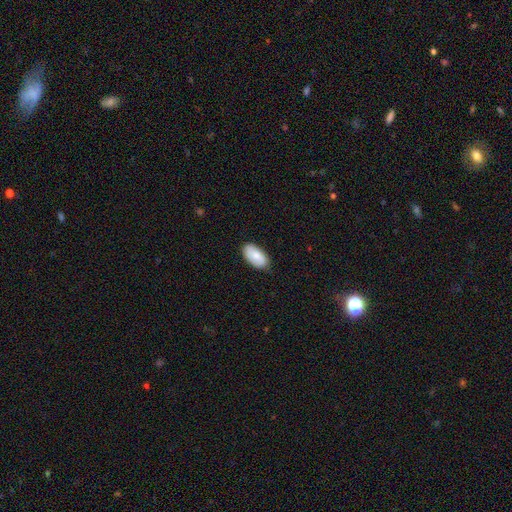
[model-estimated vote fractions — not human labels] smooth_or_featured: smooth (p=0.76) [alt: featured or disk p=0.18]
how_rounded: in between (p=0.95) [alt: round p=0.03]
merging: none (p=0.82) [alt: minor disturbance p=0.15]